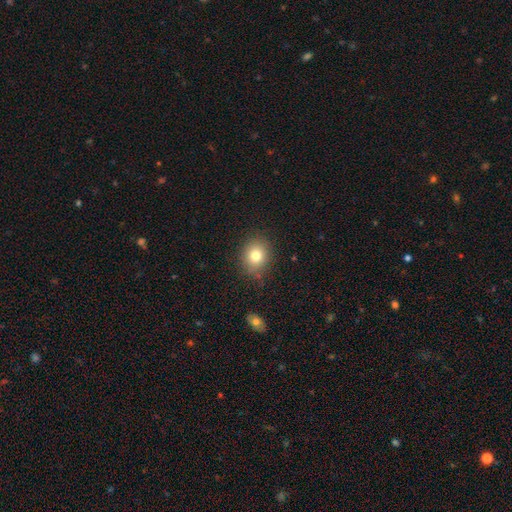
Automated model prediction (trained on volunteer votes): This appears to be a smooth galaxy with no disk features (78%) that is round (66%). Merging: none (83%).